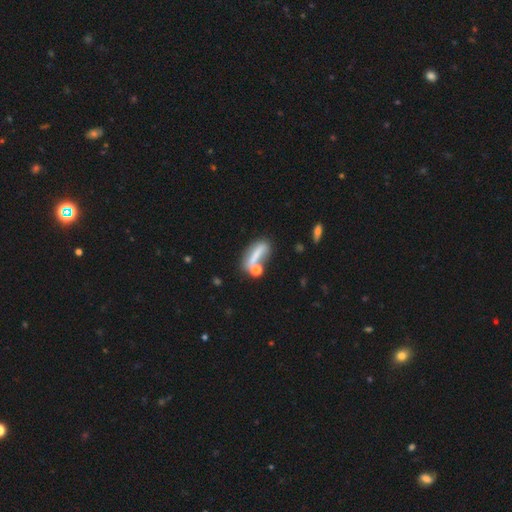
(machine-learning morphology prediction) smooth-or-featured: smooth: 59% | featured or disk: 29% | star or artifact: 12%
  how-rounded: cigar-shaped: 52% | in between: 38% | round: 10%
  merging: none: 45% | merger: 25% | minor disturbance: 17% | major disturbance: 12%